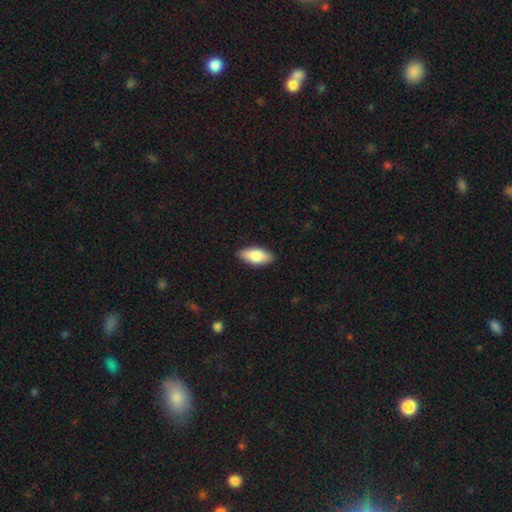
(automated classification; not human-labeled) Smooth or featured? Predicted: smooth (p=0.83). How rounded? Predicted: in between (p=0.85). Merging? Predicted: none (p=0.88).